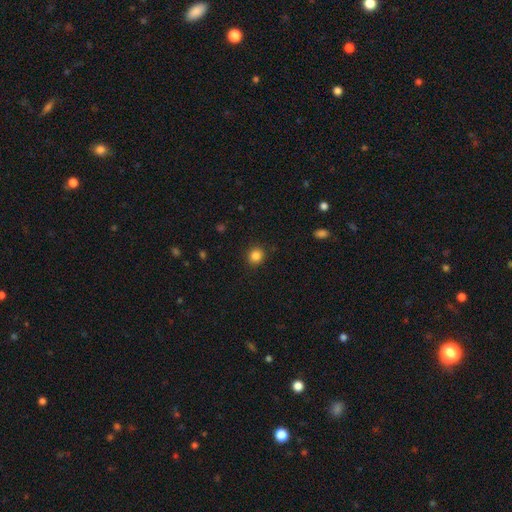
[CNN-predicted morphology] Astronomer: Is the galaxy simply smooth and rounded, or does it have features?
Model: smooth — 85%.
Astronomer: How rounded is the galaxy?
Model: round — 87%.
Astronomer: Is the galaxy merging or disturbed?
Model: none — 90%.